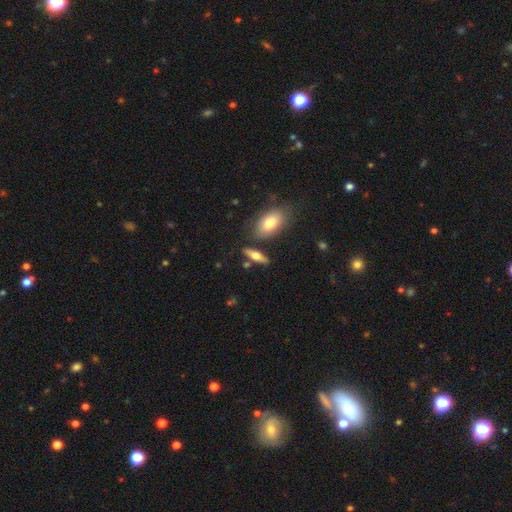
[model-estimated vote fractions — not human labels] This appears to be a smooth galaxy with no disk features (52%) that is in between round and cigar-shaped (49%). Merging: none (74%).